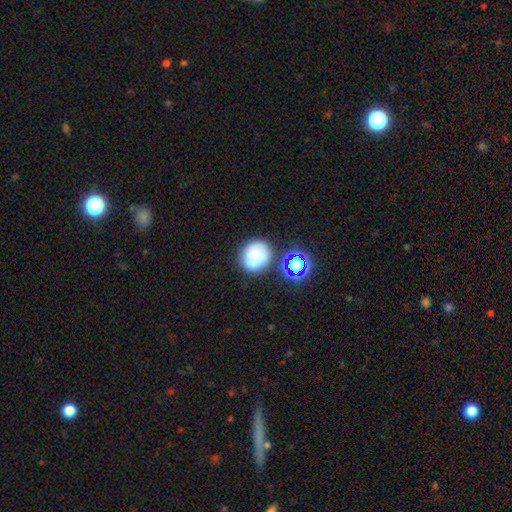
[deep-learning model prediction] Q: Smooth or featured?
A: smooth (70%); runner-up: featured or disk (17%)
Q: How rounded?
A: round (85%); runner-up: in between (14%)
Q: Merging?
A: none (65%); runner-up: minor disturbance (16%)